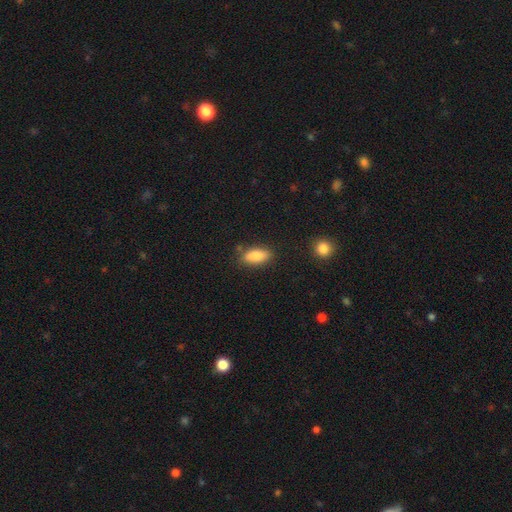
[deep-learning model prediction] Q: Smooth or featured?
A: smooth (85%); runner-up: featured or disk (8%)
Q: How rounded?
A: in between (84%); runner-up: cigar-shaped (13%)
Q: Merging?
A: none (80%); runner-up: minor disturbance (13%)